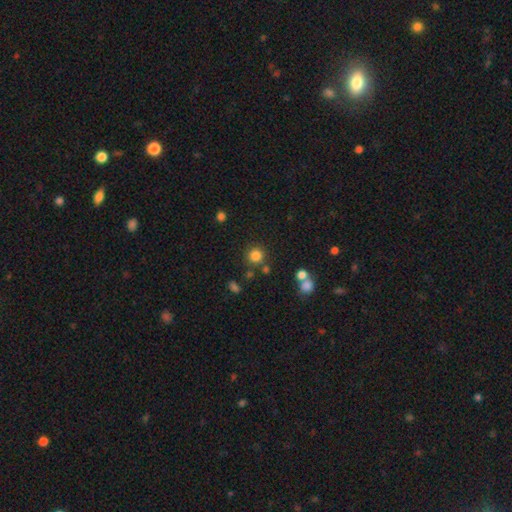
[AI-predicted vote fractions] smooth_or_featured: smooth (p=0.82) [alt: star or artifact p=0.13]
how_rounded: round (p=0.92) [alt: in between p=0.07]
merging: none (p=0.79) [alt: merger p=0.09]